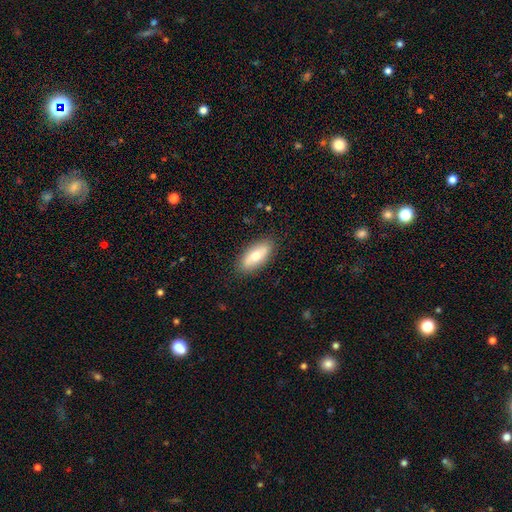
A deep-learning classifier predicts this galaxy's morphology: Q: Smooth or featured?
A: smooth (66%); runner-up: featured or disk (28%)
Q: How rounded?
A: in between (80%); runner-up: cigar-shaped (17%)
Q: Merging?
A: none (87%); runner-up: minor disturbance (10%)